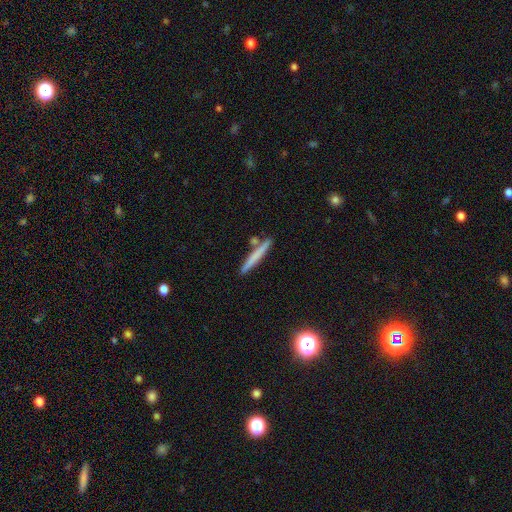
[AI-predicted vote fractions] smooth 63%, featured or disk 31%, star or artifact 6%. Down the decision tree: how rounded — cigar-shaped (96%); merging — none (83%).